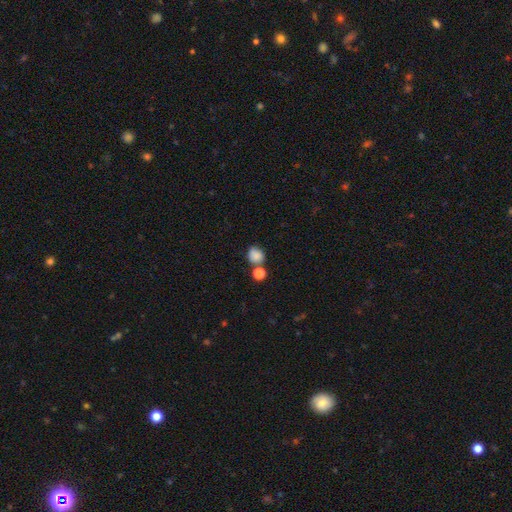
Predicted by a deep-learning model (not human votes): Morphology: type=smooth (84%); roundness=round (74%); merging=none (59%).